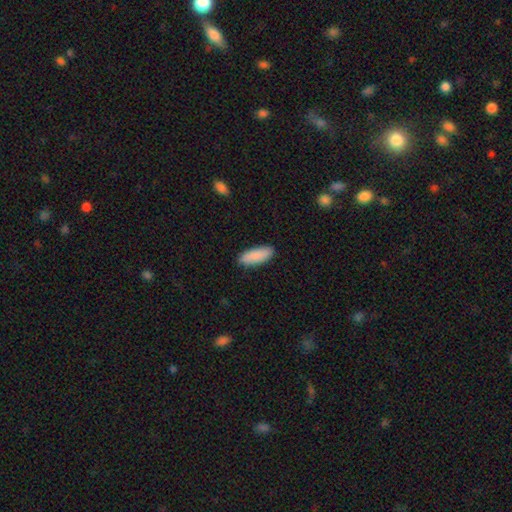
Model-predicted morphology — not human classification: This appears to be a smooth galaxy with no disk features (89%) that is in between round and cigar-shaped (73%). Merging: none (87%).